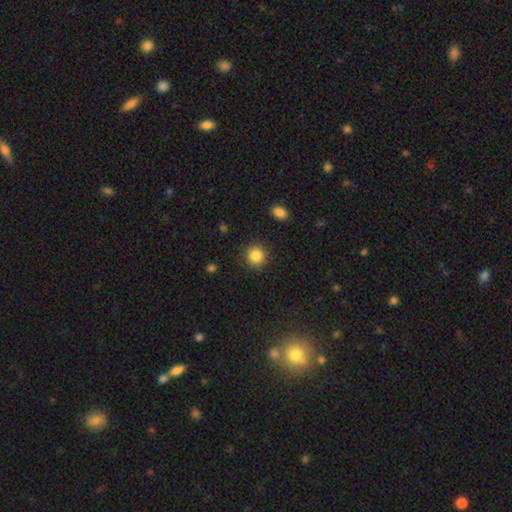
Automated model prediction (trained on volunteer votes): Smooth or featured: smooth — 86% (star or artifact — 10%)
How rounded: round — 92% (in between — 7%)
Merging: none — 90% (minor disturbance — 6%)